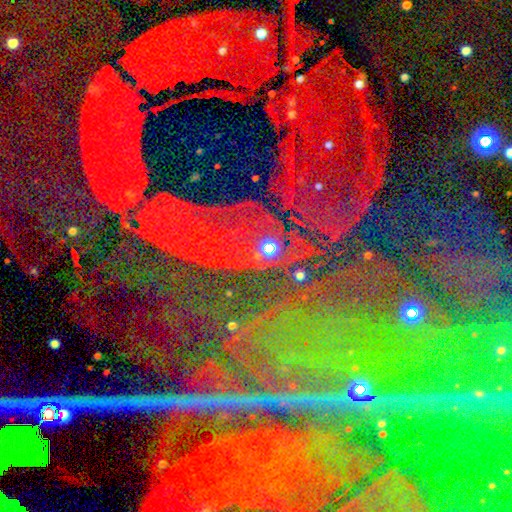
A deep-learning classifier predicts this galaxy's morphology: Smooth or featured: star or artifact — 88% (featured or disk — 7%)